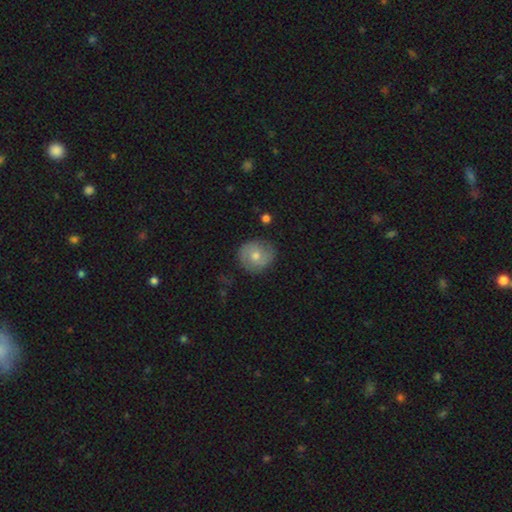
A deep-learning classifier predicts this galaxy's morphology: smooth_or_featured: smooth (p=0.47) [alt: featured or disk p=0.44]
merging: none (p=0.82) [alt: minor disturbance p=0.13]